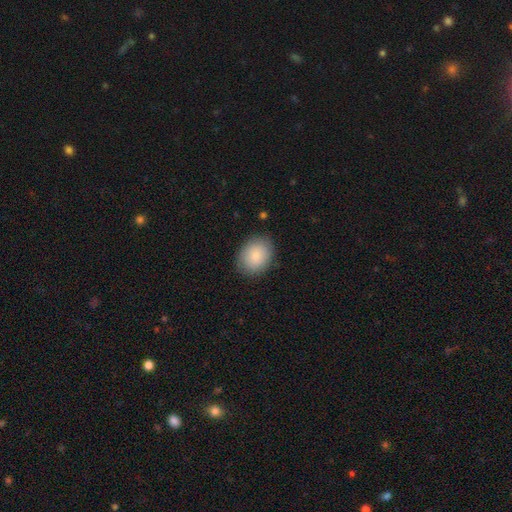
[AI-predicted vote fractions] A smooth galaxy with no disk features (87%) that is in between round and cigar-shaped (57%).

Vote fractions:
- Smooth or featured? smooth: 87% / featured or disk: 7% / star or artifact: 7%
- How rounded? in between: 57% / round: 42% / cigar-shaped: 1%
- Merging? none: 84% / minor disturbance: 12% / major disturbance: 3% / merger: 1%